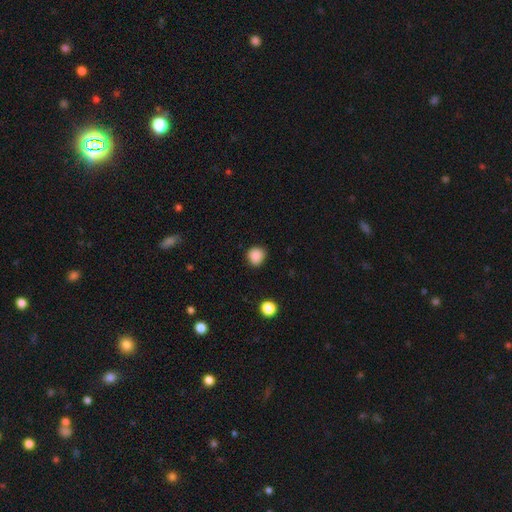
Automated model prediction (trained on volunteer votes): Q: Smooth or featured?
A: smooth (87%); runner-up: star or artifact (10%)
Q: How rounded?
A: round (86%); runner-up: in between (13%)
Q: Merging?
A: none (81%); runner-up: minor disturbance (14%)